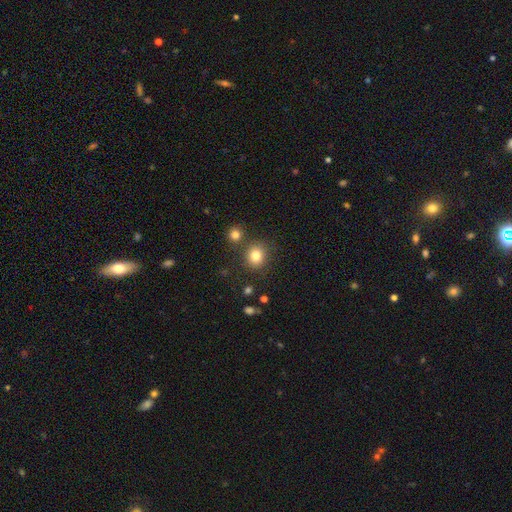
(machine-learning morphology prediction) smooth_or_featured: smooth (p=0.81) [alt: star or artifact p=0.12]
how_rounded: round (p=0.80) [alt: in between p=0.19]
merging: none (p=0.79) [alt: merger p=0.09]